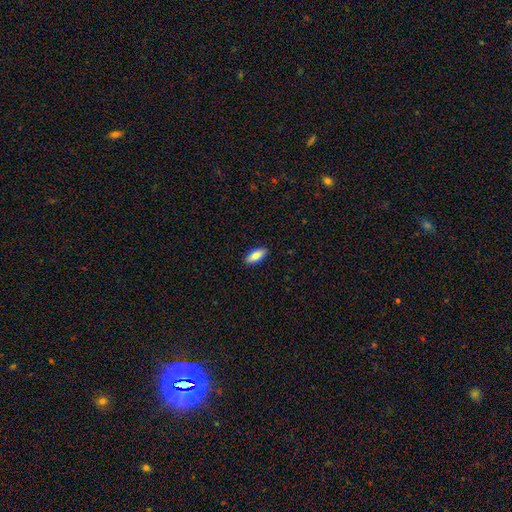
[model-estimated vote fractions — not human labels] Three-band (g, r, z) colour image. It shows a smooth galaxy with no disk features (84%) that is in between round and cigar-shaped (80%). Merging: none (90%).